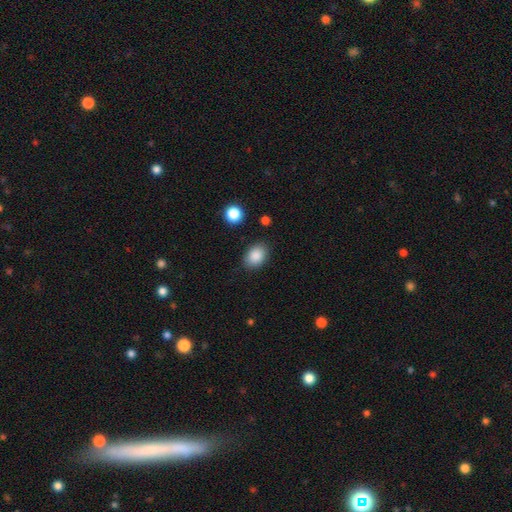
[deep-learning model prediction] smooth 87%, star or artifact 8%, featured or disk 4%. Down the decision tree: how rounded — in between (74%); merging — none (84%).